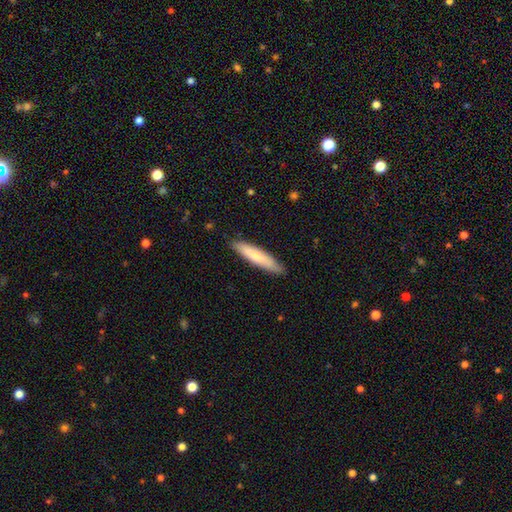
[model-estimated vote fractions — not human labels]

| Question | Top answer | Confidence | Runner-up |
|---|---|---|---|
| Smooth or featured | smooth | 72% | featured or disk (23%) |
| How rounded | cigar-shaped | 87% | in between (12%) |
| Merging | none | 87% | minor disturbance (10%) |